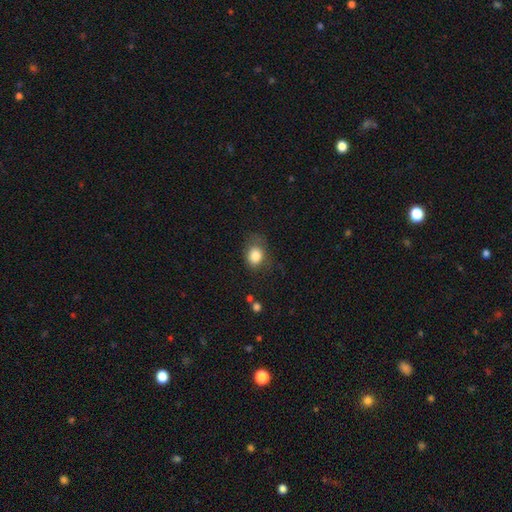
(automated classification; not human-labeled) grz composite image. It shows a smooth galaxy with no disk features (82%) that is in between round and cigar-shaped (51%). Merging: none (54%).